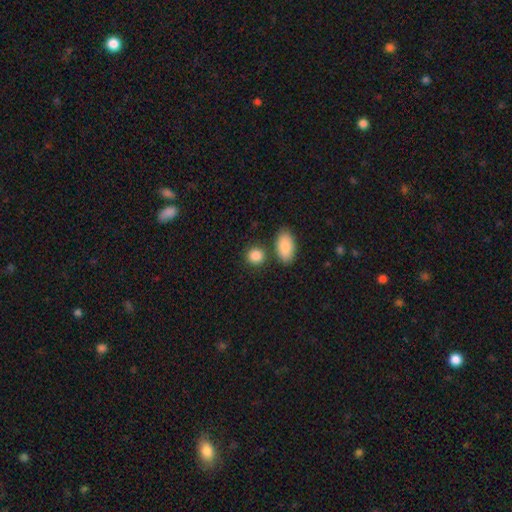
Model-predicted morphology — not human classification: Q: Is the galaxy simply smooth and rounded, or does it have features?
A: smooth — 88%.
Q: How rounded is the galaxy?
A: round — 71%.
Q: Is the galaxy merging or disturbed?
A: none — 76%.